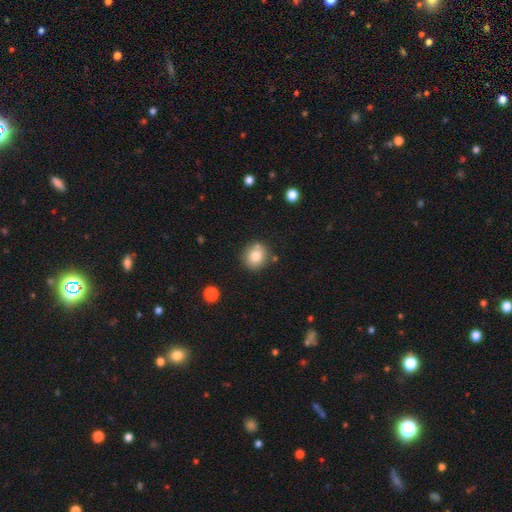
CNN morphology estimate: smooth_or_featured: smooth (p=0.80) [alt: star or artifact p=0.10]
how_rounded: round (p=0.86) [alt: in between p=0.13]
merging: none (p=0.80) [alt: minor disturbance p=0.11]